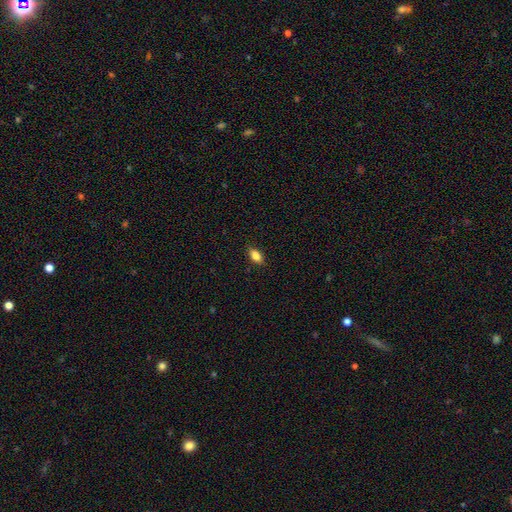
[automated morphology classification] Smooth or featured? Predicted: smooth (p=0.83). How rounded? Predicted: in between (p=0.86). Merging? Predicted: none (p=0.87).